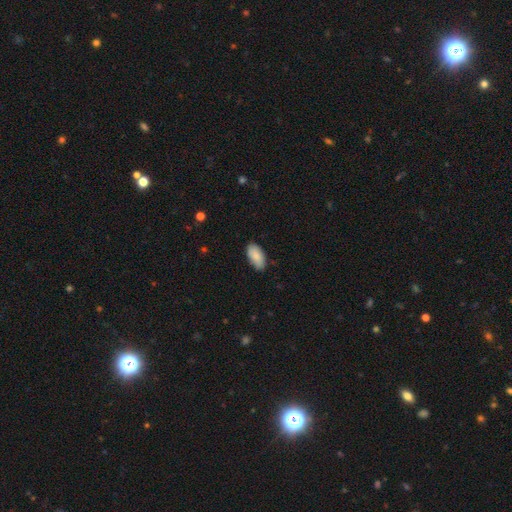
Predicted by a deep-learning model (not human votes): Smooth or featured? smooth (86%)
How rounded? in between (94%)
Merging? none (81%)